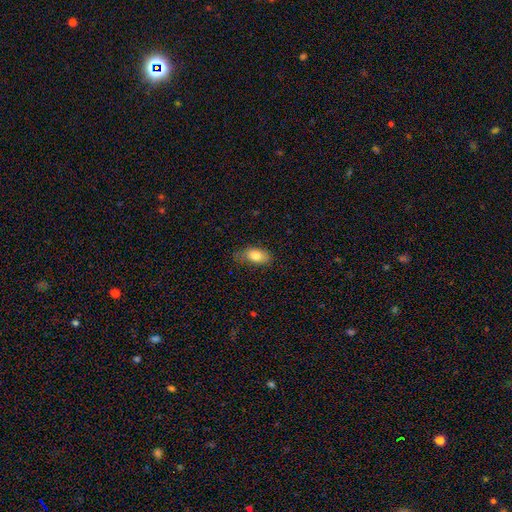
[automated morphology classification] Overall: smooth (80%). How rounded: in between (89%). Merging: none (61%; minor disturbance 30%).